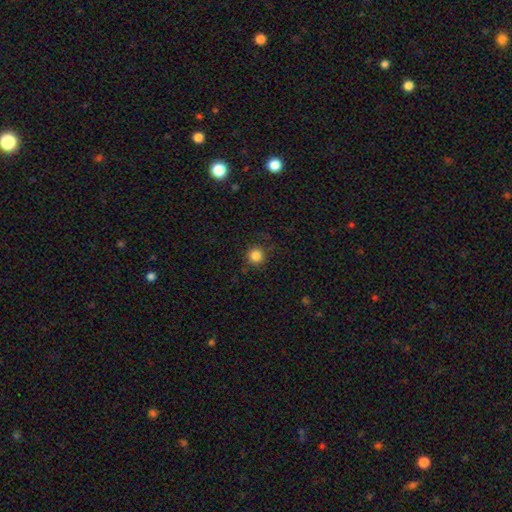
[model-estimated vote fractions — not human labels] Smooth or featured: smooth — 84% (star or artifact — 11%)
How rounded: round — 95% (in between — 4%)
Merging: none — 86% (minor disturbance — 10%)